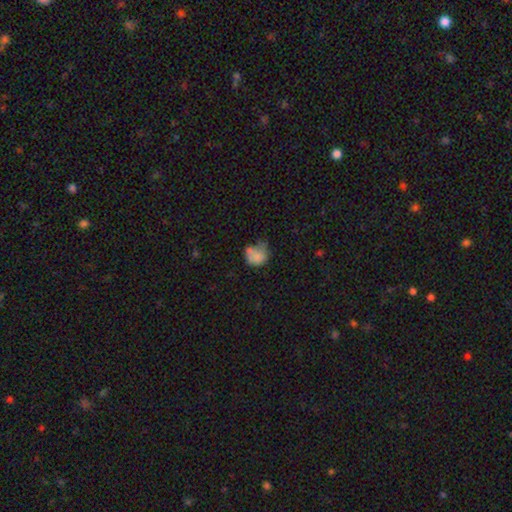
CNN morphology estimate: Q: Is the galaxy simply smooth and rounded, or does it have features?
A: smooth — 72%.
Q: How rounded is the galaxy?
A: round — 65%.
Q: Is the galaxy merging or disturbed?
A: none — 34%.